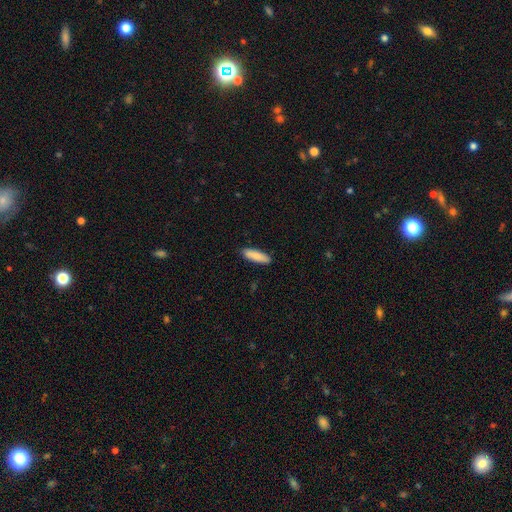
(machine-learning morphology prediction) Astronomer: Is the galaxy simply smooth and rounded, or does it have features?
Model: smooth — 86%.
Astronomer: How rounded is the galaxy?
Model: cigar-shaped — 58% (runner-up: in between, 40%).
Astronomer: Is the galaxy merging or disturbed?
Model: none — 88%.